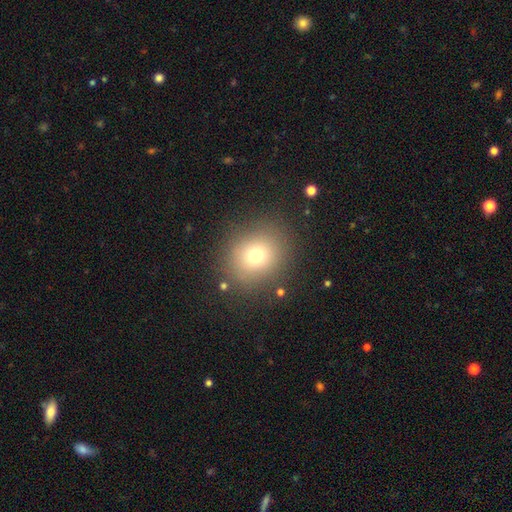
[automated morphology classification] type=smooth (72%); roundness=round (74%); merging=none (85%).